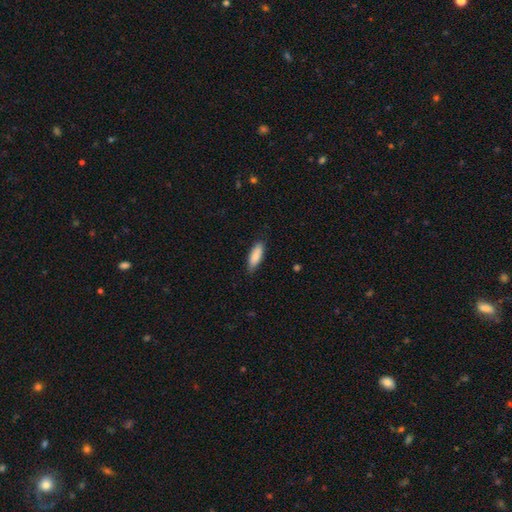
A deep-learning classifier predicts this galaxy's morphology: Smooth or featured? smooth (86%)
How rounded? in between (63%)
Merging? none (80%)